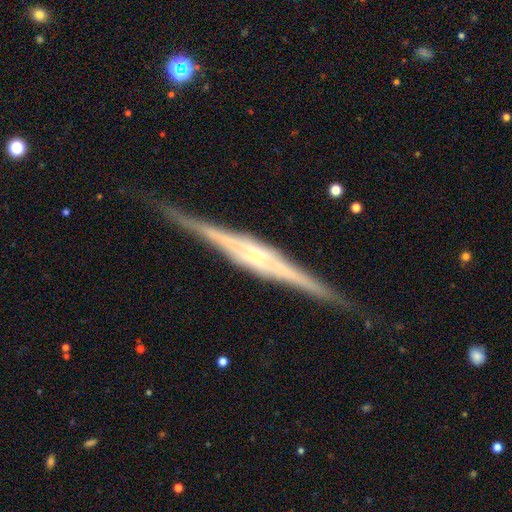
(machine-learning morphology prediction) type=featured or disk (88%); edge-on=yes (98%); edge-on bulge=boxy (59%); merging=none (87%).